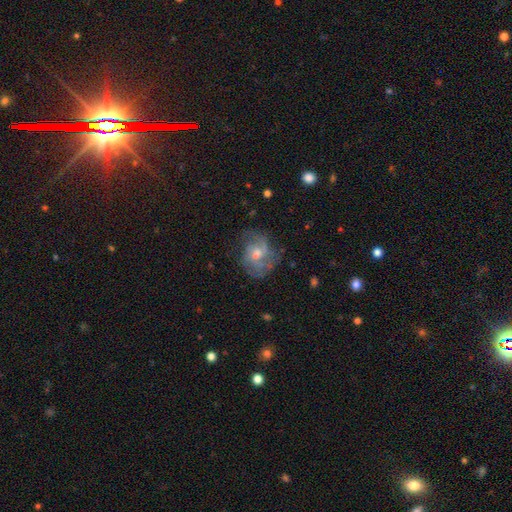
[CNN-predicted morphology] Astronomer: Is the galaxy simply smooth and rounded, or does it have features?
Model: featured or disk — 71%.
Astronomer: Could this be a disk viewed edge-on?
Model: no — 97%.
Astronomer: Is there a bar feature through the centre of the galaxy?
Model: no — 58% (runner-up: weak, 36%).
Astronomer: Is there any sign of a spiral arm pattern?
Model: yes — 87%.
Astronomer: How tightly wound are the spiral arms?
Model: medium — 46% (runner-up: tight, 33%).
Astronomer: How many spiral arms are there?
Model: can't tell — 31% (runner-up: 2, 28%).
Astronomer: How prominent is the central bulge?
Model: moderate — 61%.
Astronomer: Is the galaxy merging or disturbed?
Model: none — 63%.